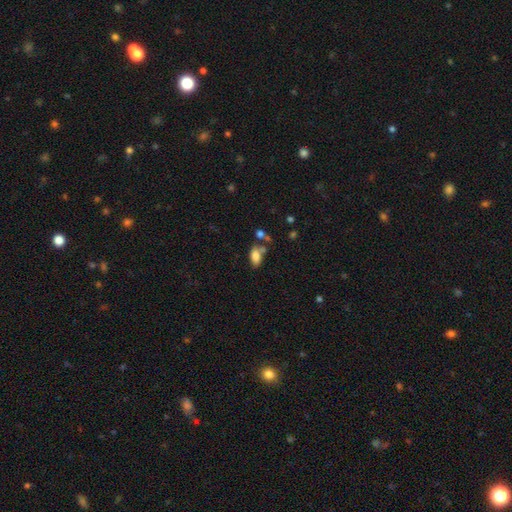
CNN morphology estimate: This appears to be a smooth galaxy with no disk features (80%) that is in between round and cigar-shaped (92%). Merging: none (53%).